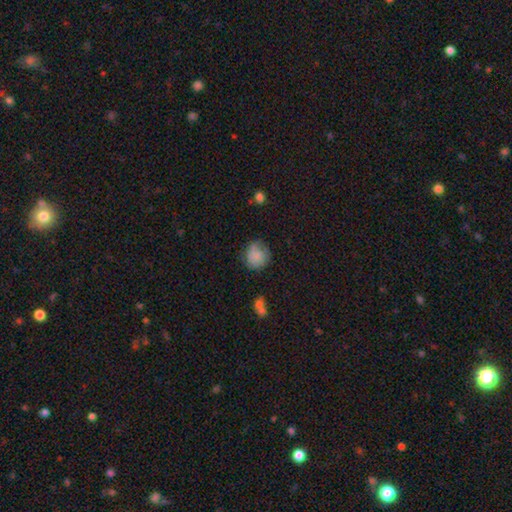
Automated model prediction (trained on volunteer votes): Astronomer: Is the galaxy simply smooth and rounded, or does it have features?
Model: smooth — 74%.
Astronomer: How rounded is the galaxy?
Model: round — 82%.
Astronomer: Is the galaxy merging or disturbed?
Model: none — 61%.